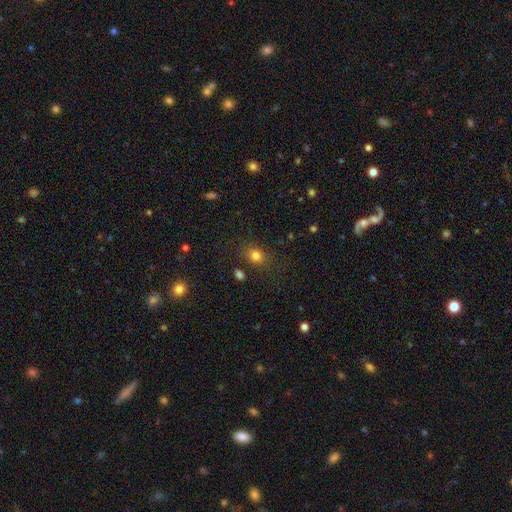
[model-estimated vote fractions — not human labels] smooth-or-featured: smooth: 80% | star or artifact: 13% | featured or disk: 7%
  how-rounded: in between: 50% | round: 49% | cigar-shaped: 1%
  merging: none: 80% | minor disturbance: 12% | major disturbance: 5% | merger: 3%